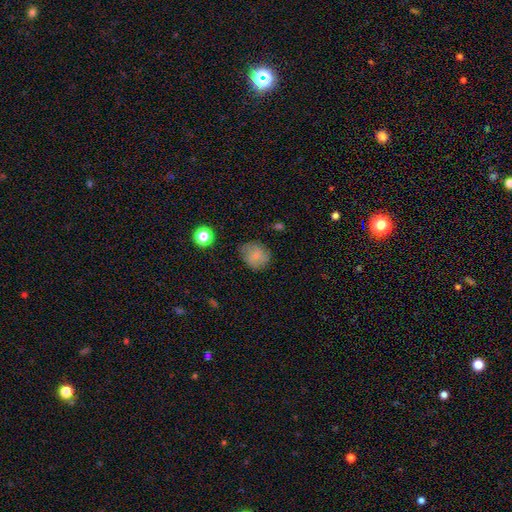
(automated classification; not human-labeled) Q: Smooth or featured?
A: smooth (78%); runner-up: featured or disk (12%)
Q: How rounded?
A: round (76%); runner-up: in between (23%)
Q: Merging?
A: none (72%); runner-up: minor disturbance (21%)